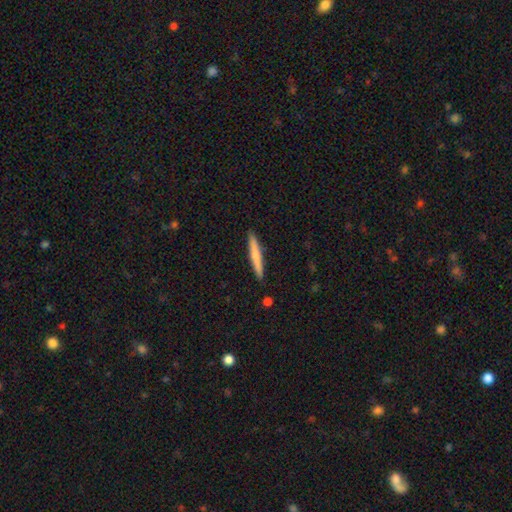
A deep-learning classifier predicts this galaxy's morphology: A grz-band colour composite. It shows a smooth galaxy with no disk features (68%) that is cigar-shaped (96%). Merging: none (92%).